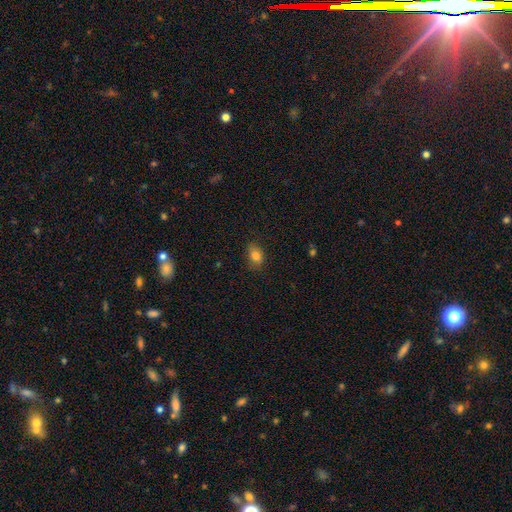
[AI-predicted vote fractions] Smooth or featured: smooth — 82% (star or artifact — 10%)
How rounded: in between — 77% (round — 21%)
Merging: none — 79% (minor disturbance — 16%)